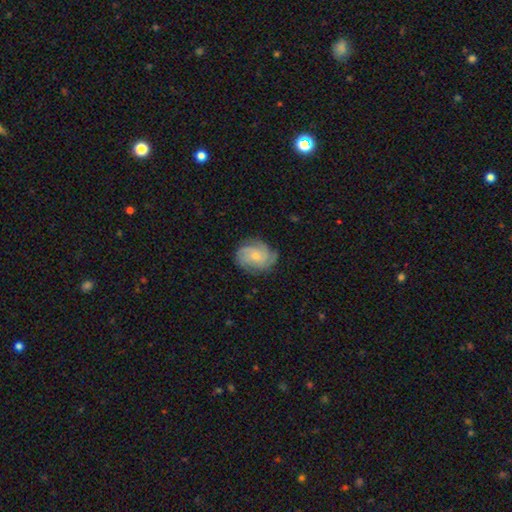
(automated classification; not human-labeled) A featured or disk galaxy (65%) with no bar (75%), tight (51%) spiral arms (92%) and a small central bulge (60%). Merging: none (73%).